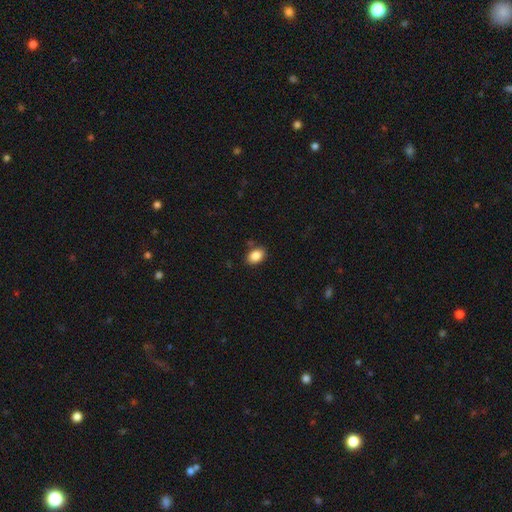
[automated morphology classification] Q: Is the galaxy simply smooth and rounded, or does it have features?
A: smooth — 87%.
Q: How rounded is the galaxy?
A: in between — 80%.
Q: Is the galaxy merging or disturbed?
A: none — 83%.